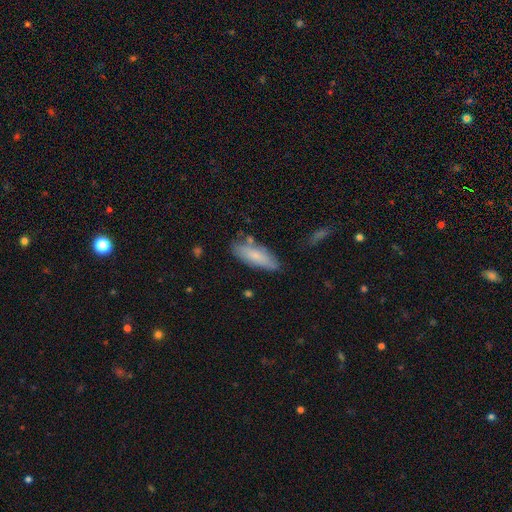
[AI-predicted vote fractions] Q: Smooth or featured?
A: smooth (75%); runner-up: featured or disk (19%)
Q: How rounded?
A: in between (60%); runner-up: cigar-shaped (38%)
Q: Merging?
A: none (73%); runner-up: minor disturbance (19%)